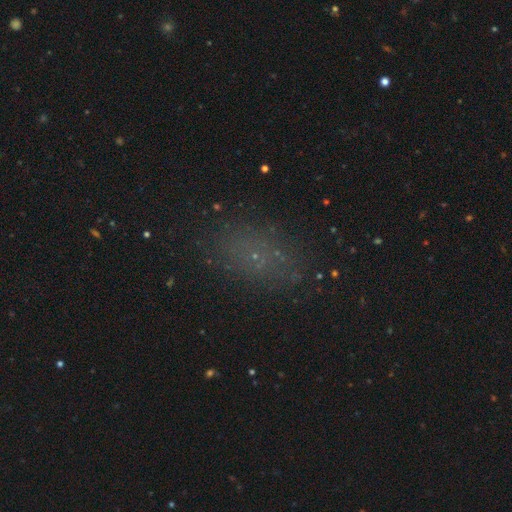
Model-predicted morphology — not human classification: smooth-or-featured: smooth: 56% | star or artifact: 29% | featured or disk: 16%
  how-rounded: in between: 79% | round: 17% | cigar-shaped: 4%
  merging: none: 77% | minor disturbance: 15% | major disturbance: 7% | merger: 2%